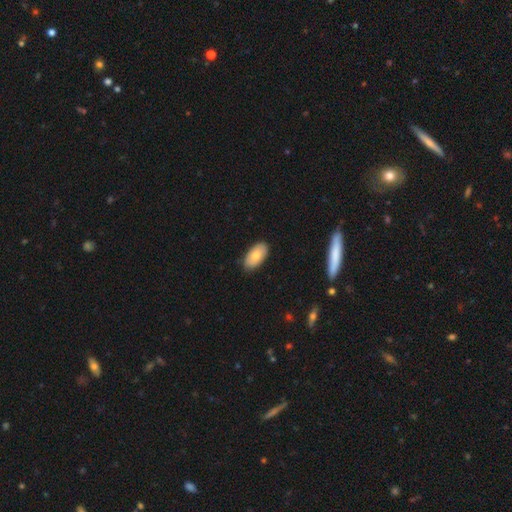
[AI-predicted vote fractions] smooth 78%, featured or disk 16%, star or artifact 6%. Down the decision tree: how rounded — in between (95%); merging — none (87%).